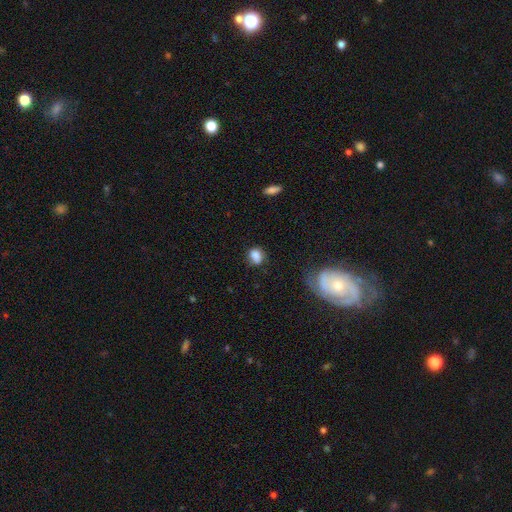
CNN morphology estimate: A smooth galaxy with no disk features (82%) that is in between round and cigar-shaped (55%).

Vote fractions:
- Smooth or featured? smooth: 82% / star or artifact: 10% / featured or disk: 8%
- How rounded? in between: 55% / round: 43% / cigar-shaped: 2%
- Merging? none: 62% / minor disturbance: 26% / major disturbance: 8% / merger: 5%